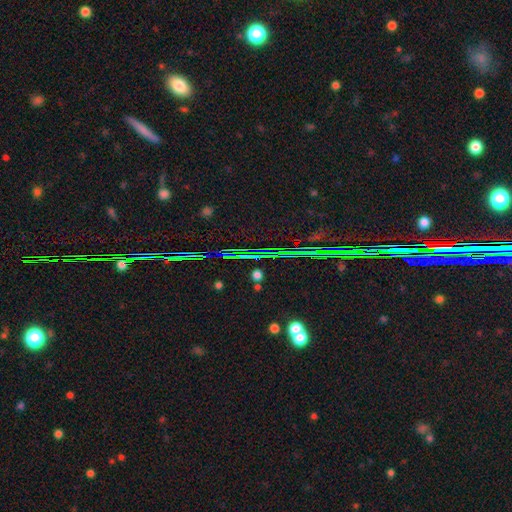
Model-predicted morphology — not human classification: Q: Smooth or featured?
A: star or artifact (82%); runner-up: smooth (10%)